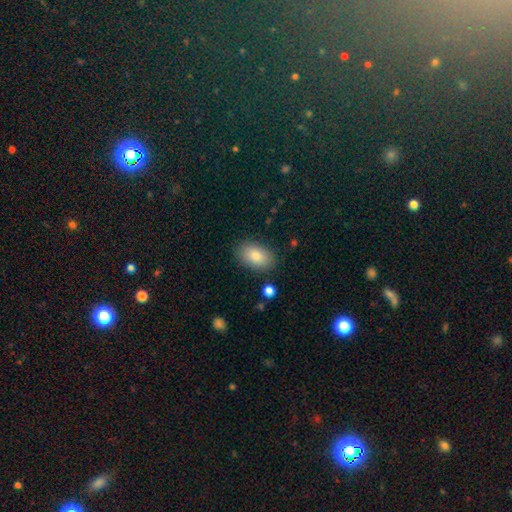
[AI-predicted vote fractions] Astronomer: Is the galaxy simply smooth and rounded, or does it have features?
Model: smooth — 83%.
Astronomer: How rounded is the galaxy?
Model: in between — 91%.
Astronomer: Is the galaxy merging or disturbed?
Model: none — 86%.